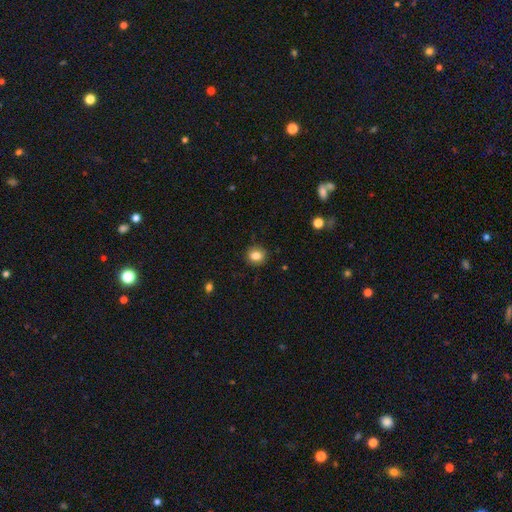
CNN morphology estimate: Overall: smooth (83%). How rounded: round (74%). Merging: none (89%).